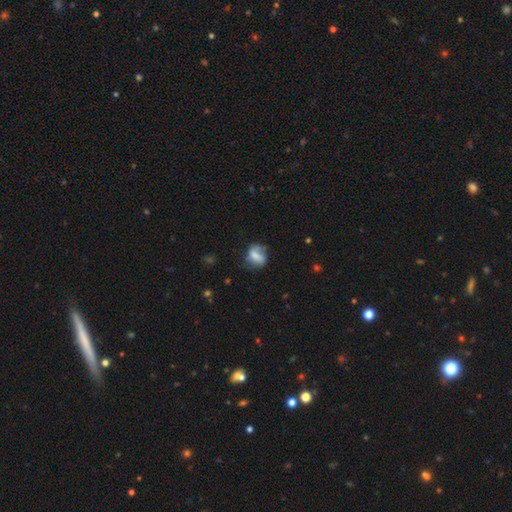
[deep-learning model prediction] This appears to be a smooth galaxy with no disk features (57%) that is in between round and cigar-shaped (51%). Merging: none (49%).